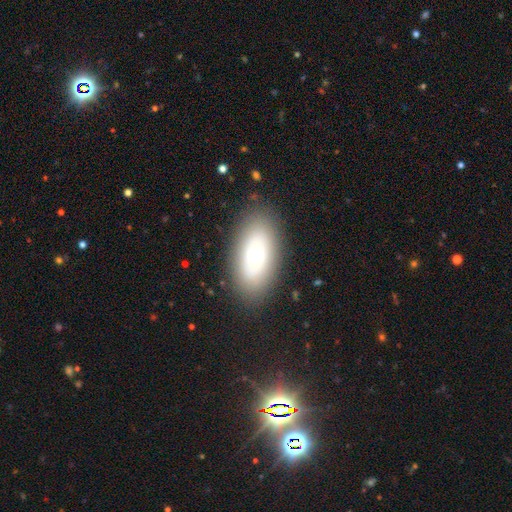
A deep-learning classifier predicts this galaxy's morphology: A smooth galaxy with no disk features (56%) that is in between round and cigar-shaped (88%).

Vote fractions:
- Smooth or featured? smooth: 56% / featured or disk: 35% / star or artifact: 9%
- How rounded? in between: 88% / round: 9% / cigar-shaped: 3%
- Merging? none: 83% / minor disturbance: 11% / major disturbance: 5% / merger: 1%